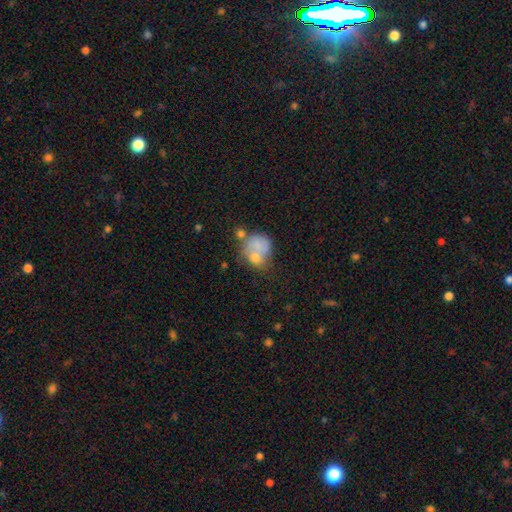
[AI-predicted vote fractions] Morphology: type=smooth (59%); roundness=round (62%); merging=merger (40%).